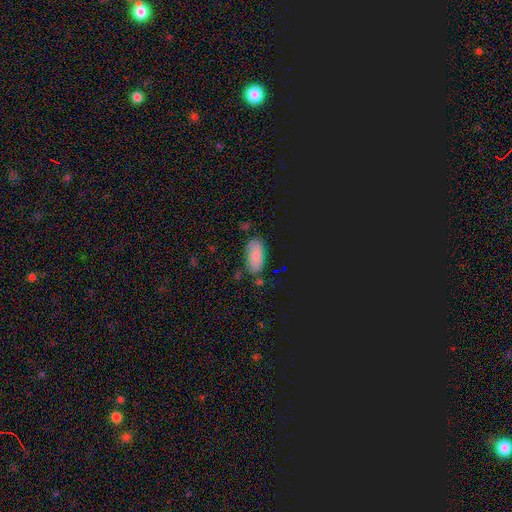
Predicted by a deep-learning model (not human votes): Q: Smooth or featured?
A: smooth (73%); runner-up: star or artifact (16%)
Q: How rounded?
A: in between (91%); runner-up: cigar-shaped (6%)
Q: Merging?
A: none (73%); runner-up: minor disturbance (18%)